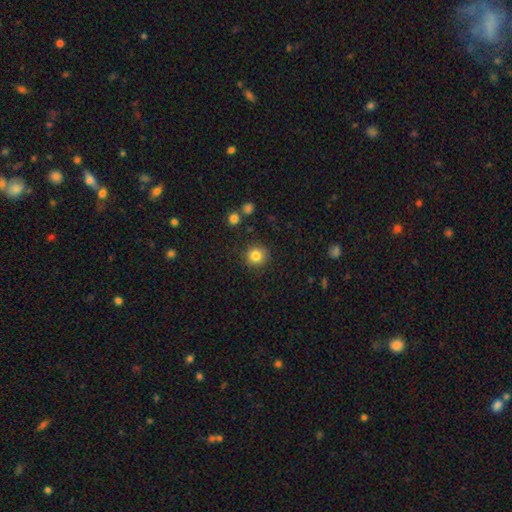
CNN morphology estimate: A smooth galaxy with no disk features (83%) that is round (90%).

Vote fractions:
- Smooth or featured? smooth: 83% / star or artifact: 11% / featured or disk: 6%
- How rounded? round: 90% / in between: 9% / cigar-shaped: 1%
- Merging? none: 87% / minor disturbance: 8% / major disturbance: 3% / merger: 2%